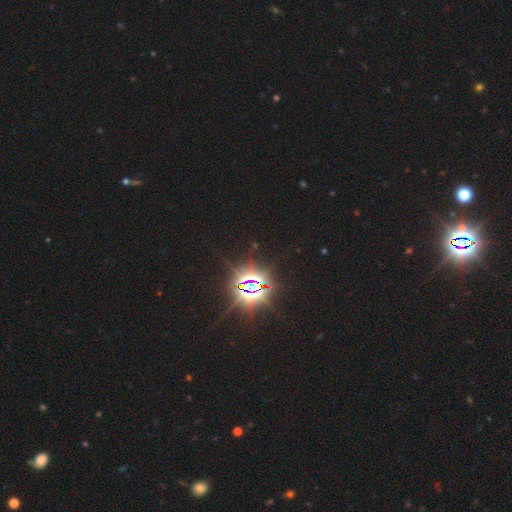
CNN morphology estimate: Q: Smooth or featured?
A: star or artifact (81%); runner-up: smooth (14%)